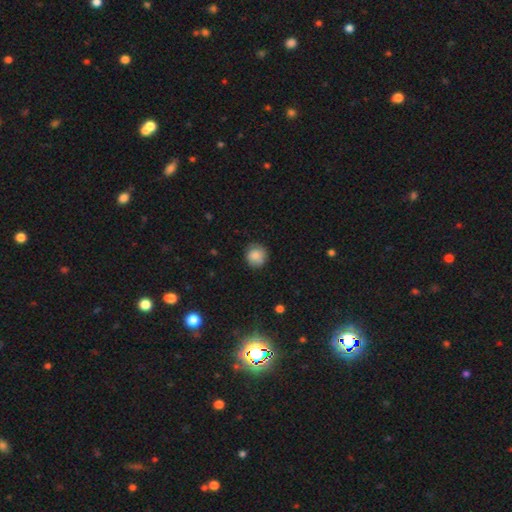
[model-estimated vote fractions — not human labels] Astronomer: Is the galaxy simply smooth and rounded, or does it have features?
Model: smooth — 83%.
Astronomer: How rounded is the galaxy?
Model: round — 90%.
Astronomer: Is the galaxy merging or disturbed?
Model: none — 80%.